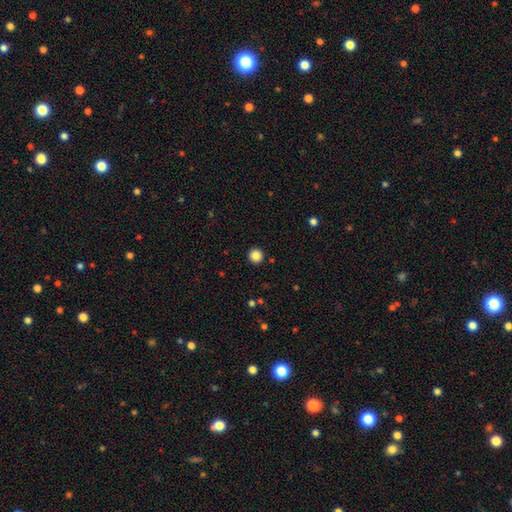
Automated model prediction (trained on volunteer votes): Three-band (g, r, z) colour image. It shows a smooth galaxy with no disk features (85%) that is round (96%). Merging: none (93%).